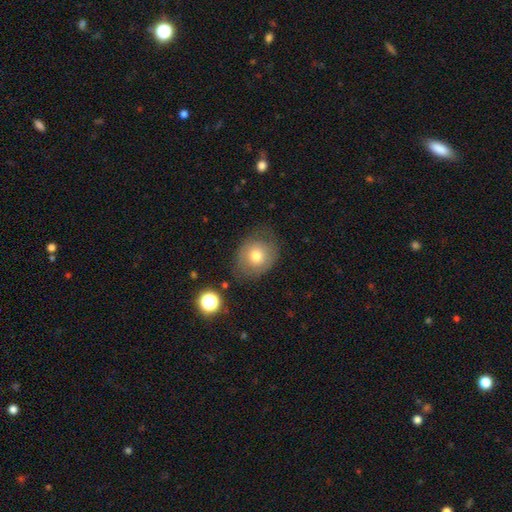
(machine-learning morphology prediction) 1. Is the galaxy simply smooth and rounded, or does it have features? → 65% smooth, 25% featured or disk, 10% star or artifact.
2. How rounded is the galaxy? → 66% round, 33% in between, 1% cigar-shaped.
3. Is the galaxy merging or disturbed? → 67% none, 21% minor disturbance, 10% major disturbance, 2% merger.